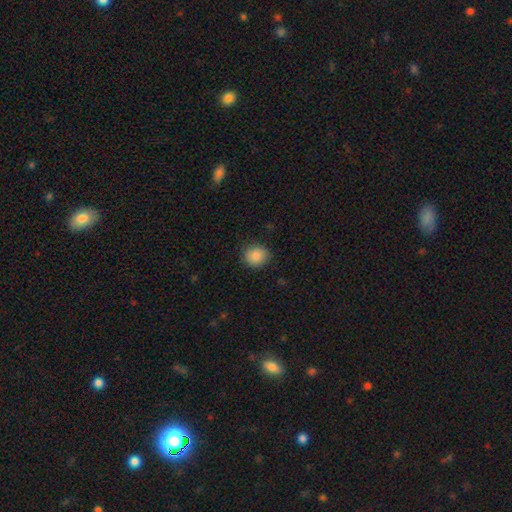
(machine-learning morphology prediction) This appears to be a smooth galaxy with no disk features (87%) that is round (76%). Merging: none (86%).